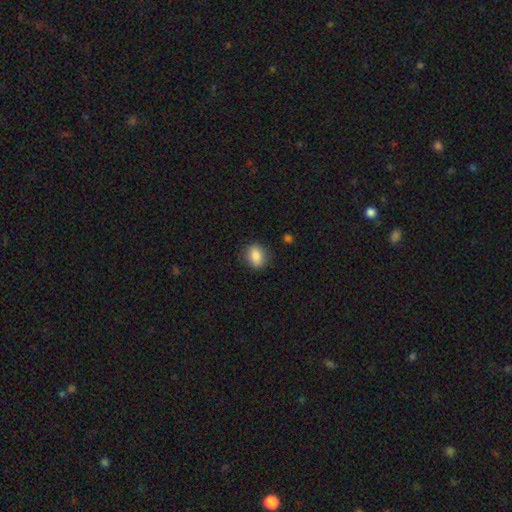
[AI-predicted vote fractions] Smooth or featured?
  - smooth: 85% *
  - star or artifact: 8%
  - featured or disk: 7%
How rounded?
  - in between: 53% *
  - round: 46%
  - cigar-shaped: 1%
Merging?
  - none: 82% *
  - minor disturbance: 14%
  - major disturbance: 3%
  - merger: 1%